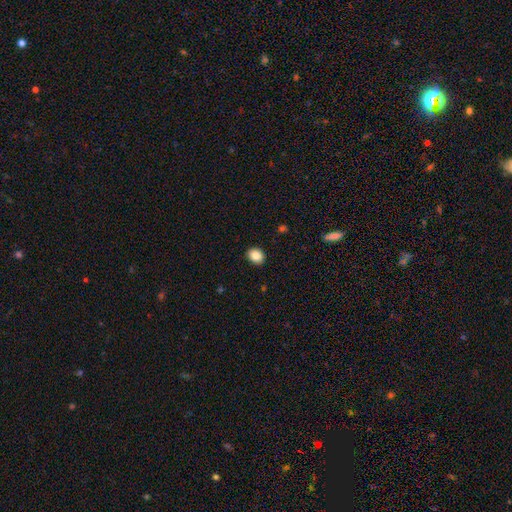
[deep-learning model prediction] This appears to be a smooth galaxy with no disk features (86%) that is round (50%, tied with in between). Merging: none (91%).